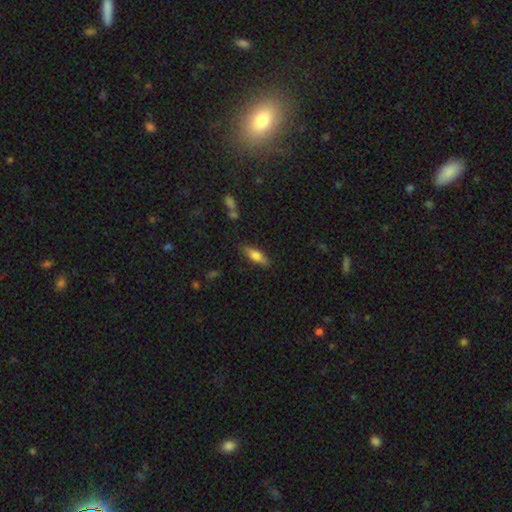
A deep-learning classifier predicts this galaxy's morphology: The model was most divided on "how rounded": in between: 51%, cigar-shaped: 47%, round: 2%. More confident: merging — none (83%); smooth or featured — smooth (64%).